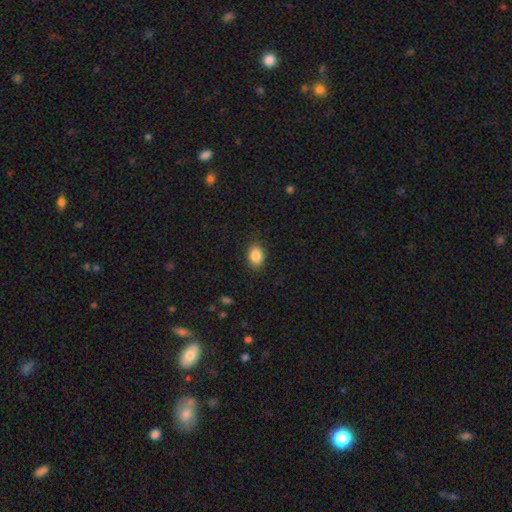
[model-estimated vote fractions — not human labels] A smooth galaxy with no disk features (87%) that is in between round and cigar-shaped (70%).

Vote fractions:
- Smooth or featured? smooth: 87% / star or artifact: 8% / featured or disk: 5%
- How rounded? in between: 70% / round: 29% / cigar-shaped: 1%
- Merging? none: 88% / minor disturbance: 9% / major disturbance: 2% / merger: 1%